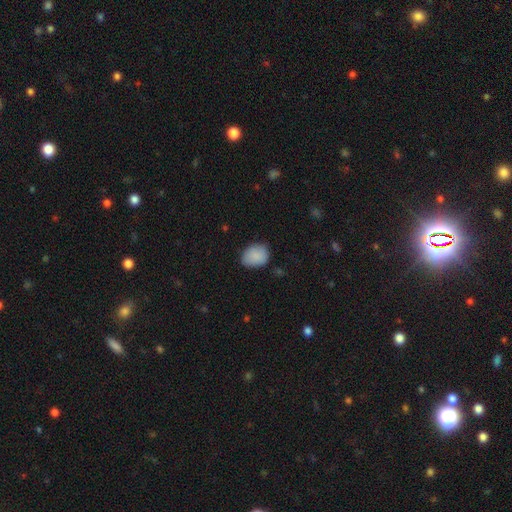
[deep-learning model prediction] Morphology: type=smooth (87%); roundness=in between (54%); merging=none (72%).